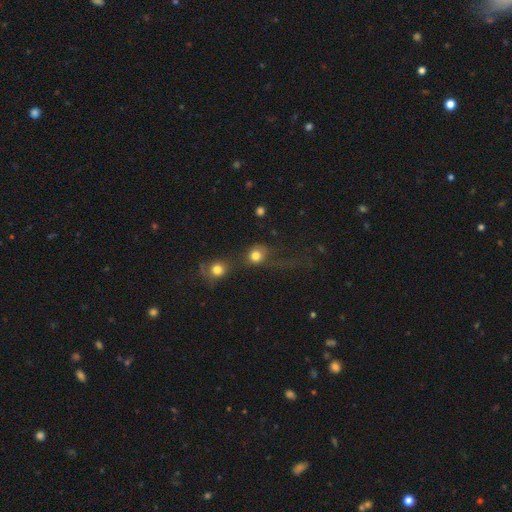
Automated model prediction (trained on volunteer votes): Smooth or featured?
  - smooth: 76% *
  - star or artifact: 12%
  - featured or disk: 12%
How rounded?
  - round: 79% *
  - in between: 19%
  - cigar-shaped: 1%
Merging?
  - merger: 37% *
  - none: 33%
  - major disturbance: 19%
  - minor disturbance: 11%